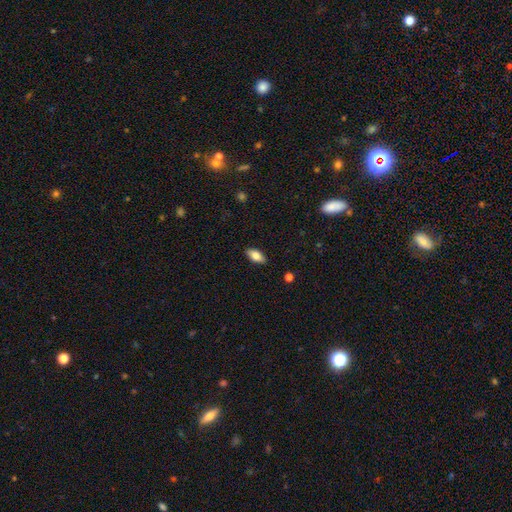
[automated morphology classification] Smooth or featured?
  - smooth: 78% *
  - featured or disk: 14%
  - star or artifact: 7%
How rounded?
  - in between: 88% *
  - cigar-shaped: 9%
  - round: 3%
Merging?
  - none: 88% *
  - minor disturbance: 9%
  - major disturbance: 2%
  - merger: 1%